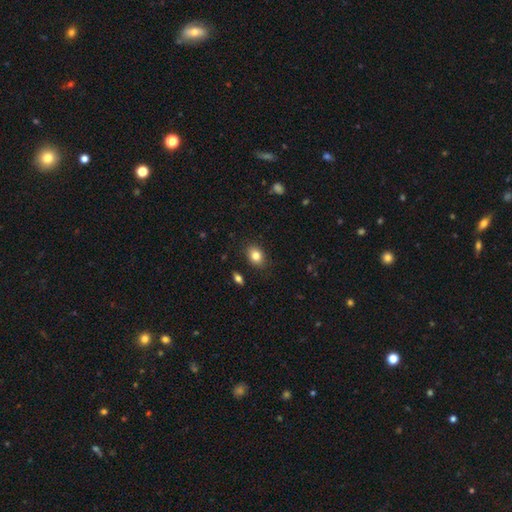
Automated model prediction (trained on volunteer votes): Morphology: type=smooth (82%); roundness=in between (68%); merging=none (86%).